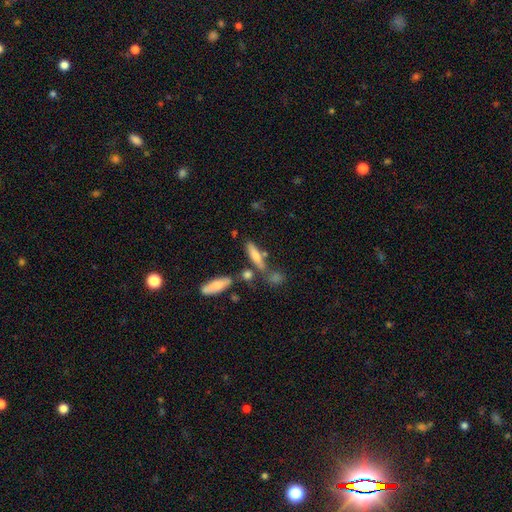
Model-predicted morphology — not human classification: Smooth or featured?
  - smooth: 61% *
  - featured or disk: 28%
  - star or artifact: 10%
How rounded?
  - cigar-shaped: 71% *
  - in between: 26%
  - round: 3%
Merging?
  - none: 58% *
  - merger: 20%
  - minor disturbance: 16%
  - major disturbance: 7%